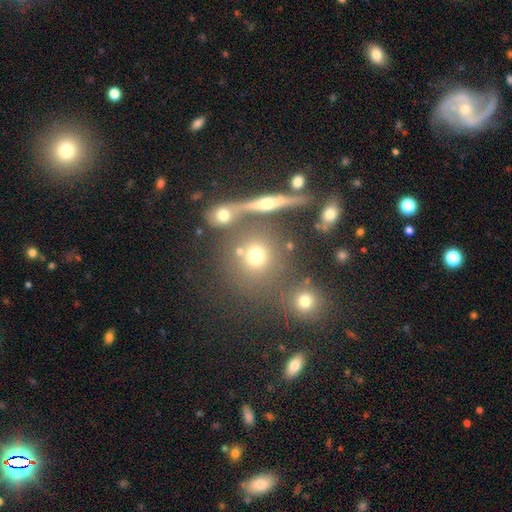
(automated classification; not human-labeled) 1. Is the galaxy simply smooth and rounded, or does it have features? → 68% smooth, 16% star or artifact, 16% featured or disk.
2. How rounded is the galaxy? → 82% round, 14% in between, 3% cigar-shaped.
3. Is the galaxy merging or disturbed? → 62% none, 24% merger, 9% minor disturbance, 5% major disturbance.